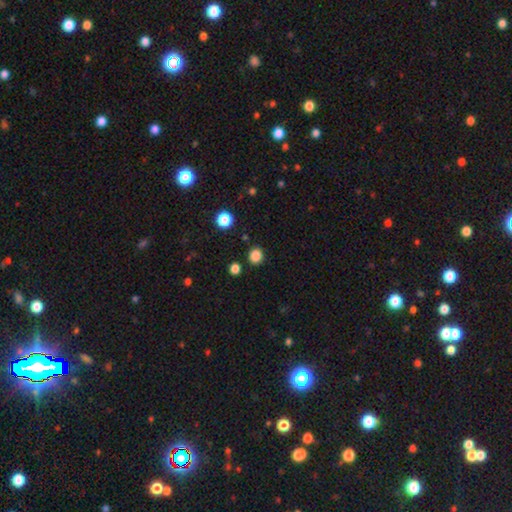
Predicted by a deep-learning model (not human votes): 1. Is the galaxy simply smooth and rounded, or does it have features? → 84% smooth, 13% star or artifact, 3% featured or disk.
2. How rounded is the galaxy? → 83% round, 16% in between, 1% cigar-shaped.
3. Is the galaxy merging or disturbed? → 87% none, 7% minor disturbance, 3% merger, 2% major disturbance.